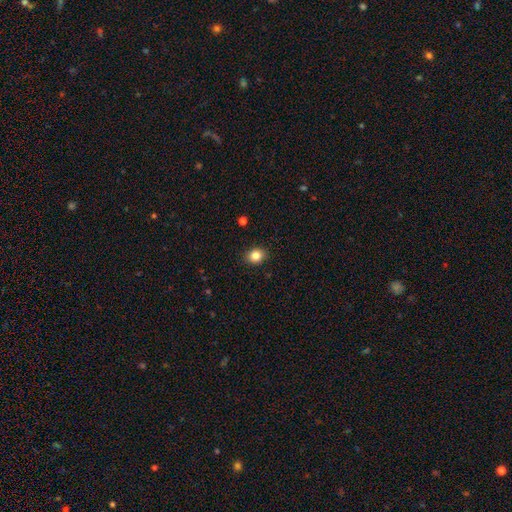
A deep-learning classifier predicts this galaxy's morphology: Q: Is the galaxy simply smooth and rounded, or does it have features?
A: smooth — 84%.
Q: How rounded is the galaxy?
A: round — 58%.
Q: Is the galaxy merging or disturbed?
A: none — 90%.